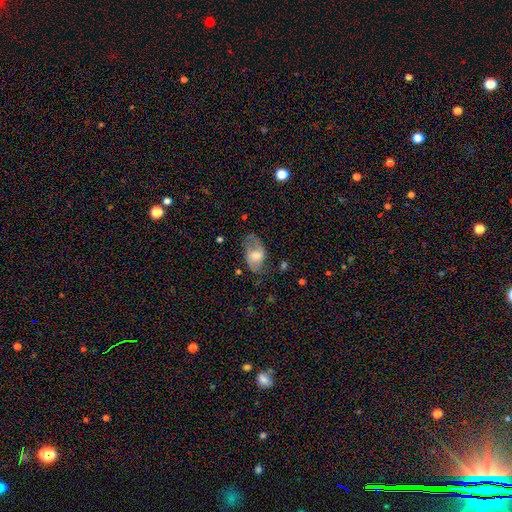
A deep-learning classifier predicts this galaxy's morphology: A smooth galaxy with no disk features (49%). Merging: none (50%).